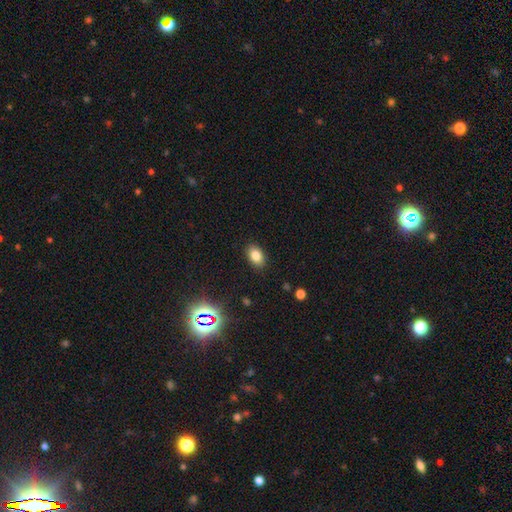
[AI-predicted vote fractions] This appears to be a smooth galaxy with no disk features (82%) that is in between round and cigar-shaped (87%). Merging: none (88%).